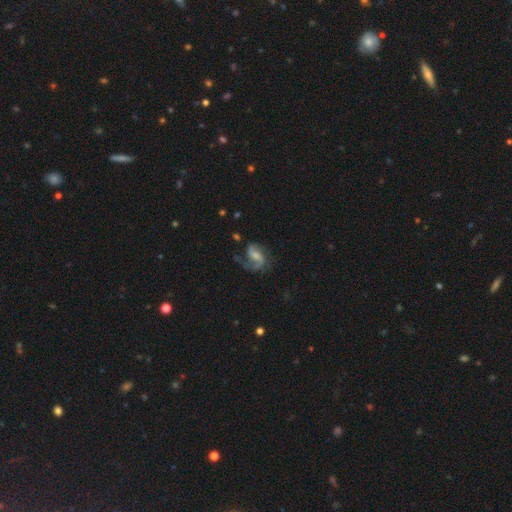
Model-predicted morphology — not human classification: Smooth or featured? Predicted: featured or disk (p=0.83). Edge-on disk? Predicted: no (p=0.98). Bar? Predicted: weak (p=0.46). Spiral arms? Predicted: yes (p=0.95). Spiral winding? Predicted: medium (p=0.47). Spiral arm count? Predicted: 2 (p=0.76). Bulge size? Predicted: small (p=0.43). Merging? Predicted: none (p=0.57).